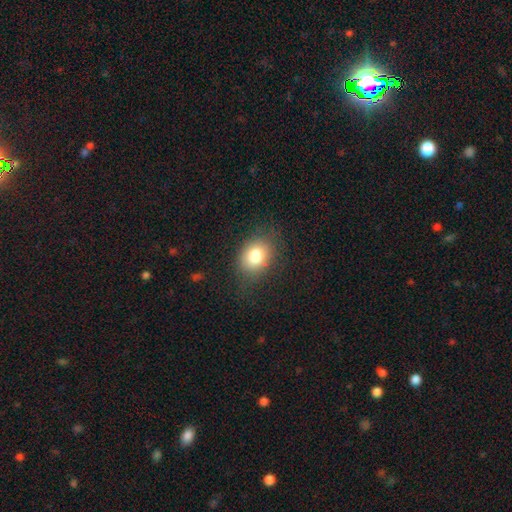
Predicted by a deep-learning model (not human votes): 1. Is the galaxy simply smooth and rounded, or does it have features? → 79% smooth, 11% star or artifact, 10% featured or disk.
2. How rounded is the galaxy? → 54% in between, 45% round, 1% cigar-shaped.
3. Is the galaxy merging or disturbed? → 80% none, 14% minor disturbance, 5% major disturbance, 1% merger.